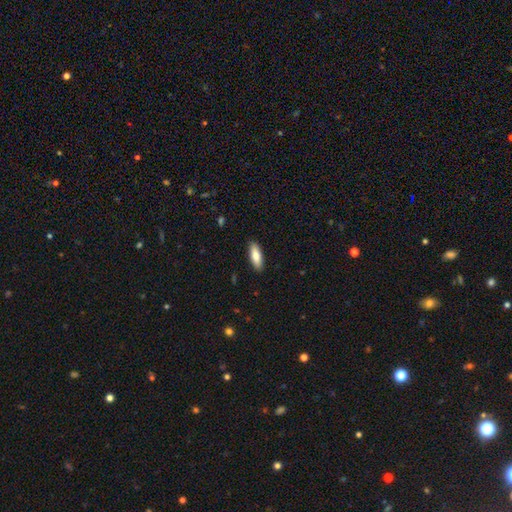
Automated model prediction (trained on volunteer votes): Smooth or featured?
  - smooth: 81% *
  - featured or disk: 13%
  - star or artifact: 6%
How rounded?
  - in between: 62% *
  - cigar-shaped: 36%
  - round: 2%
Merging?
  - none: 90% *
  - minor disturbance: 8%
  - major disturbance: 2%
  - merger: 1%